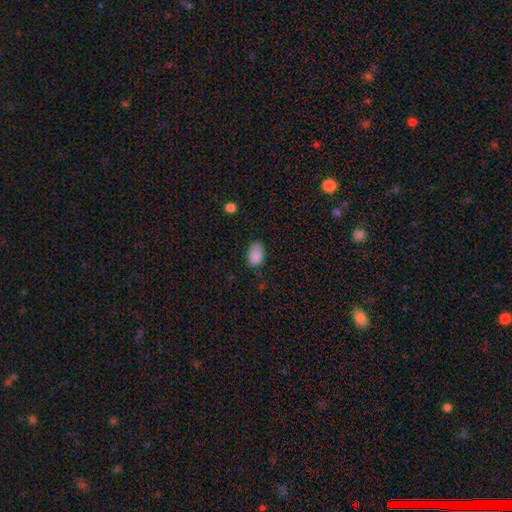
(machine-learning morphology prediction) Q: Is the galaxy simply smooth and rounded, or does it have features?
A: smooth — 88%.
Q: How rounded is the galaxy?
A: in between — 88%.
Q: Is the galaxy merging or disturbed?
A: none — 71%.